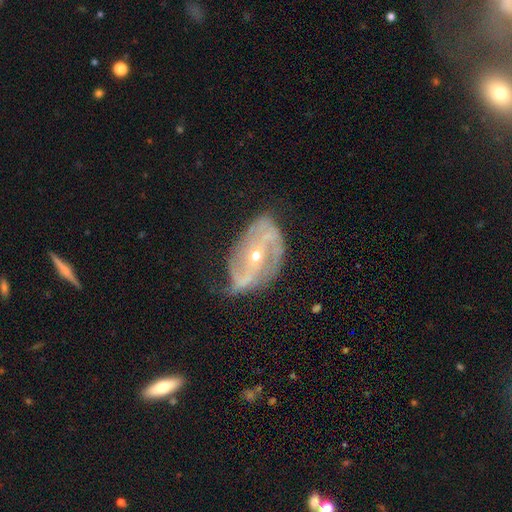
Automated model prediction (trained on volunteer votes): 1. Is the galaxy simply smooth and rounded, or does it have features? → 83% featured or disk, 9% smooth, 8% star or artifact.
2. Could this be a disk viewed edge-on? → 94% no, 6% yes.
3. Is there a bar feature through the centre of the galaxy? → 42% strong, 30% weak, 28% no.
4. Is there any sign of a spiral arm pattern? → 88% yes, 12% no.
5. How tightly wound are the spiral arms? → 40% medium, 33% tight, 27% loose.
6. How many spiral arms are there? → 63% 2, 17% can't tell, 10% 3, 5% 1, 3% 4, 2% more than 4.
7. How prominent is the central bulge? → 53% small, 45% moderate, 1% large, 1% none, 1% dominant.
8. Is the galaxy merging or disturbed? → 55% none, 29% minor disturbance, 15% major disturbance, 2% merger.